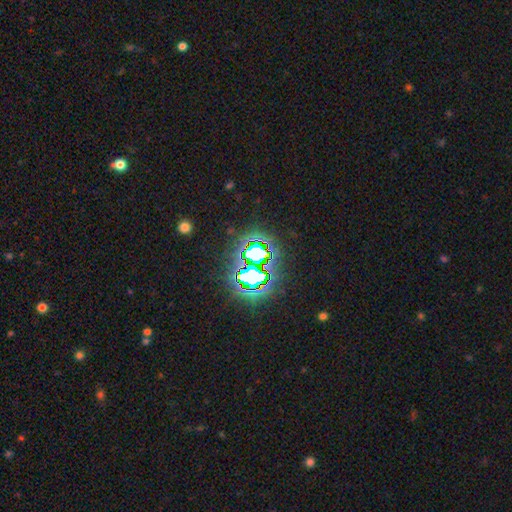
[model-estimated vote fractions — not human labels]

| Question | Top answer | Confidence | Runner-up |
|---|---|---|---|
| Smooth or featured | star or artifact | 79% | smooth (12%) |